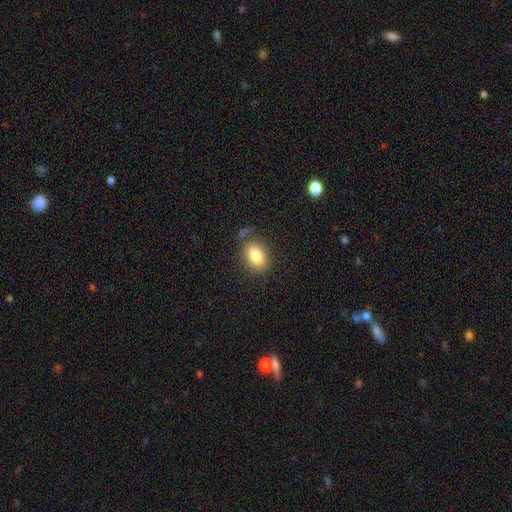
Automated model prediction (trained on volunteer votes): Smooth or featured? Predicted: smooth (p=0.83). How rounded? Predicted: in between (p=0.81). Merging? Predicted: none (p=0.76).